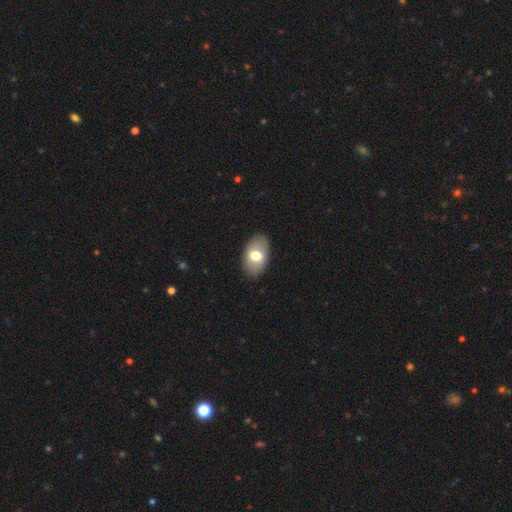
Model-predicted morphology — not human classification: Smooth or featured: smooth — 66% (featured or disk — 28%)
How rounded: in between — 91% (round — 8%)
Merging: none — 86% (minor disturbance — 10%)